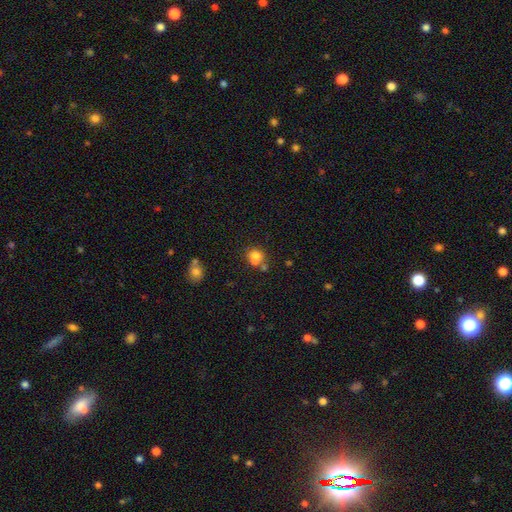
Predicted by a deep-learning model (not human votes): The model was most divided on "merging": merger: 45%, none: 40%, minor disturbance: 10%, major disturbance: 5%. More confident: how rounded — round (73%); smooth or featured — smooth (73%).